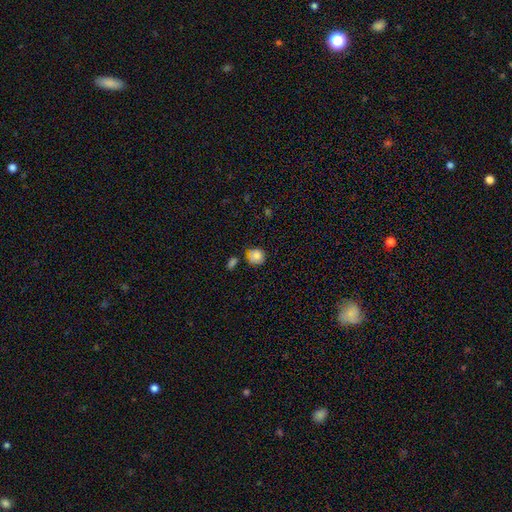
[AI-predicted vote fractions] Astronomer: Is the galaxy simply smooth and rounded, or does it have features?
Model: smooth — 82%.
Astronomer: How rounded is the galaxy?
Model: round — 81%.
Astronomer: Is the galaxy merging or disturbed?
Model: none — 62%.